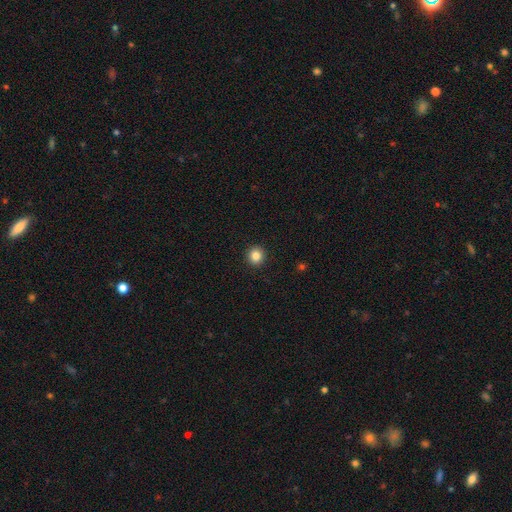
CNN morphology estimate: Smooth or featured? Predicted: smooth (p=0.85). How rounded? Predicted: round (p=0.91). Merging? Predicted: none (p=0.93).